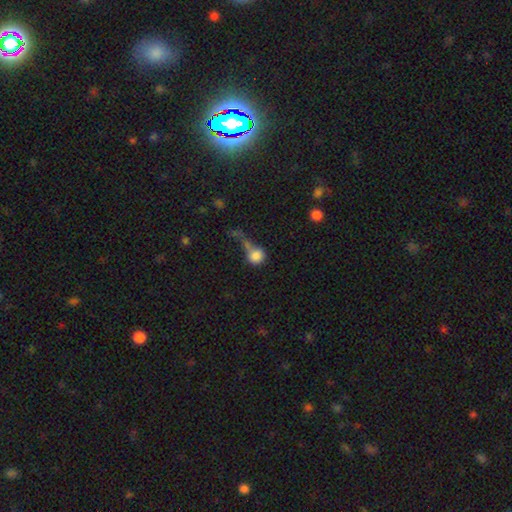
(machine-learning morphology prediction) smooth-or-featured: smooth: 80% | featured or disk: 11% | star or artifact: 9%
  how-rounded: round: 83% | in between: 15% | cigar-shaped: 2%
  merging: major disturbance: 35% | none: 25% | merger: 24% | minor disturbance: 16%